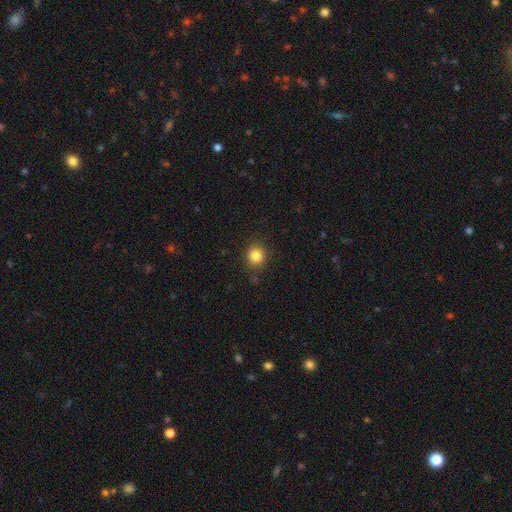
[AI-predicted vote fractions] This appears to be a smooth galaxy with no disk features (84%) that is round (85%). Merging: none (88%).